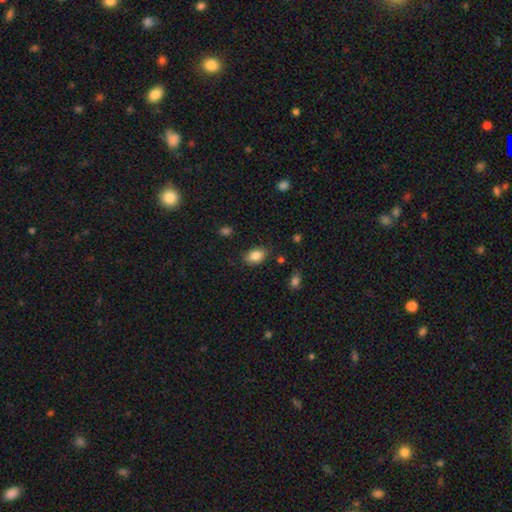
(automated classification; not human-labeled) Overall: smooth (85%). How rounded: in between (85%). Merging: none (82%).